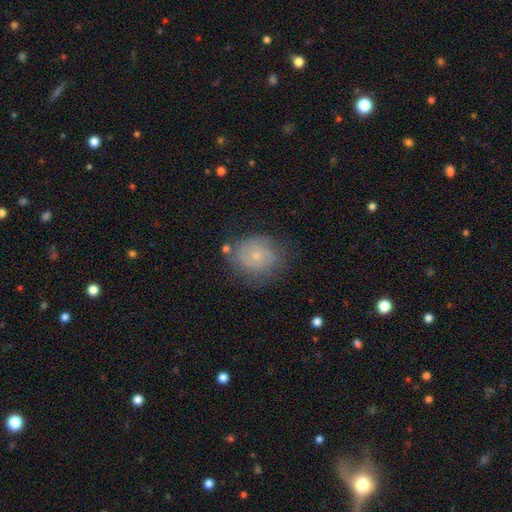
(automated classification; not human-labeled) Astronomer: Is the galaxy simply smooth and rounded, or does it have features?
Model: smooth — 53% (runner-up: featured or disk, 37%).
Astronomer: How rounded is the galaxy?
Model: round — 71%.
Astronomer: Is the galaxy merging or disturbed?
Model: none — 67%.